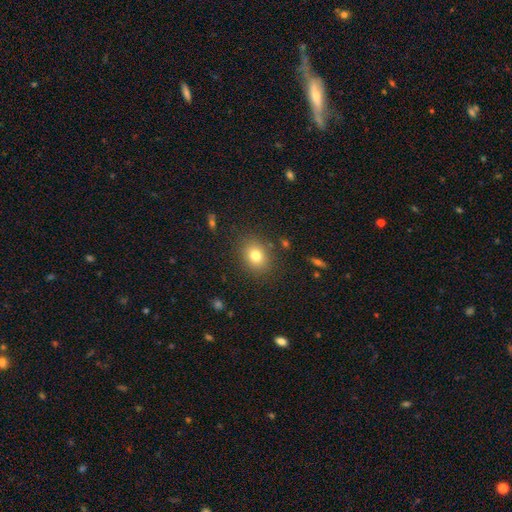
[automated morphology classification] Overall: smooth (79%). How rounded: in between (50%; round 49%). Merging: none (85%).